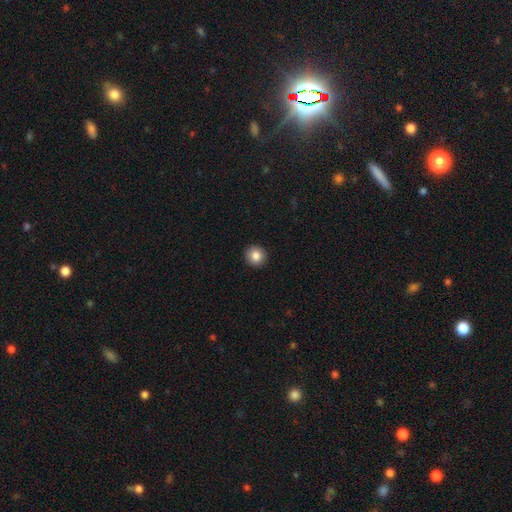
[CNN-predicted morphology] smooth-or-featured: smooth: 85% | star or artifact: 9% | featured or disk: 6%
  how-rounded: round: 94% | in between: 6% | cigar-shaped: 1%
  merging: none: 93% | minor disturbance: 5% | major disturbance: 1% | merger: 1%